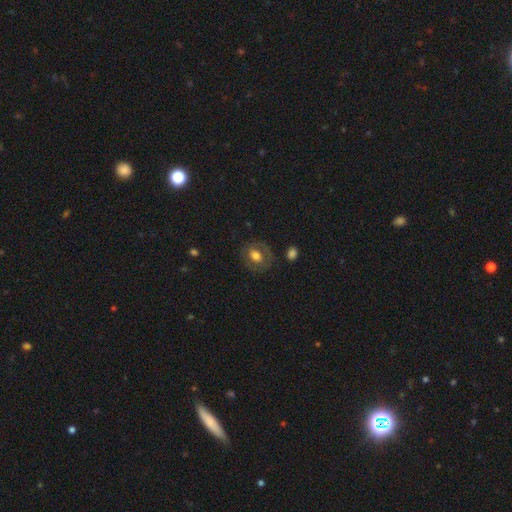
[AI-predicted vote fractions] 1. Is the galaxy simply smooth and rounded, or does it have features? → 59% smooth, 32% featured or disk, 8% star or artifact.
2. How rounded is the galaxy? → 53% round, 46% in between, 1% cigar-shaped.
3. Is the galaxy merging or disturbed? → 77% none, 14% minor disturbance, 7% major disturbance, 2% merger.